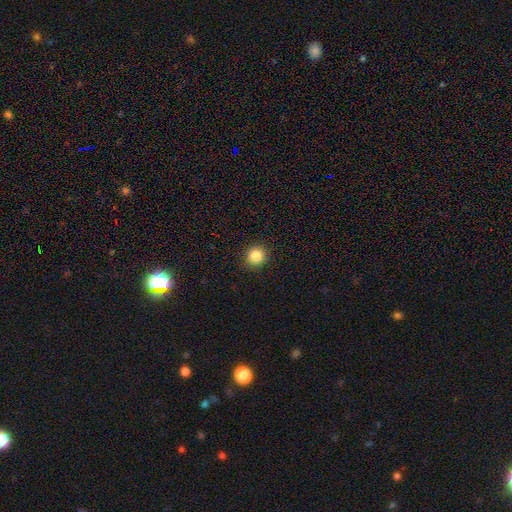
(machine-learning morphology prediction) A smooth galaxy with no disk features (85%) that is round (87%). Merging: none (91%).